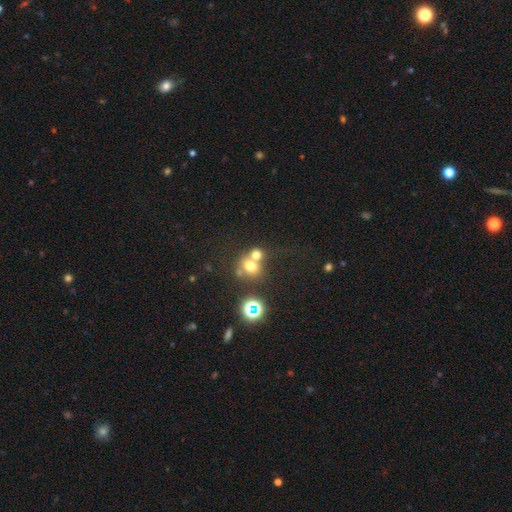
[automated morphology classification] smooth 50%, star or artifact 32%, featured or disk 18%. Down the decision tree: how rounded — round (78%); merging — merger (47%).